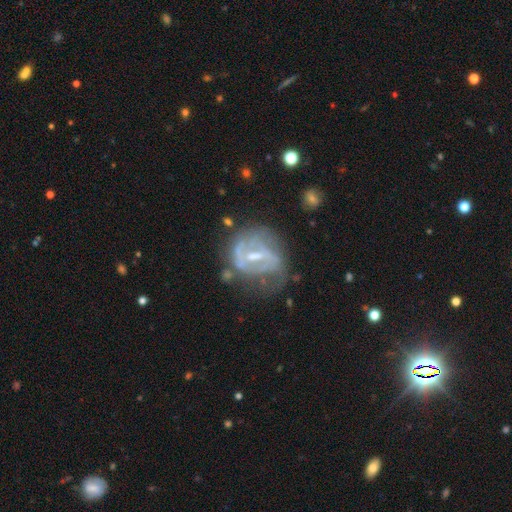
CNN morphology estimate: featured or disk 80%, smooth 12%, star or artifact 8%. Down the decision tree: edge-on disk — no (96%); bar — weak (45%); spiral arms — yes (76%); spiral arm count — 2 (51%); spiral winding — medium (40%); bulge size — small (51%); merging — none (49%).